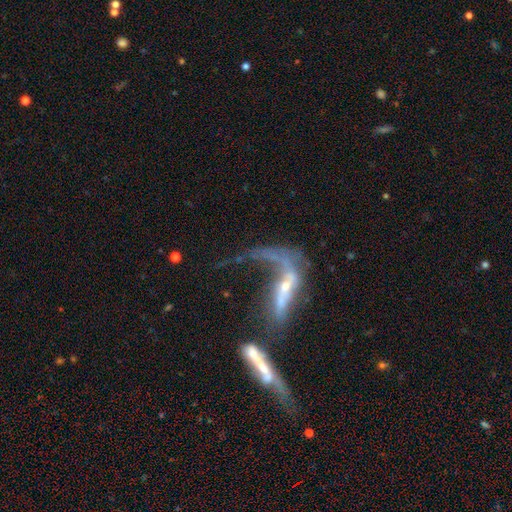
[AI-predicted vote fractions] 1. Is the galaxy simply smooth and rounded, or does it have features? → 69% featured or disk, 20% smooth, 11% star or artifact.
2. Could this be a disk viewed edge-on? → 77% no, 23% yes.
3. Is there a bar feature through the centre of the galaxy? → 57% no, 24% weak, 19% strong.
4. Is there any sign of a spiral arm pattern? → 56% yes, 44% no.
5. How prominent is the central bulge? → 54% small, 28% moderate, 13% none, 3% large, 2% dominant.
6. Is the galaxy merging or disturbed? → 38% major disturbance, 37% merger, 16% none, 9% minor disturbance.